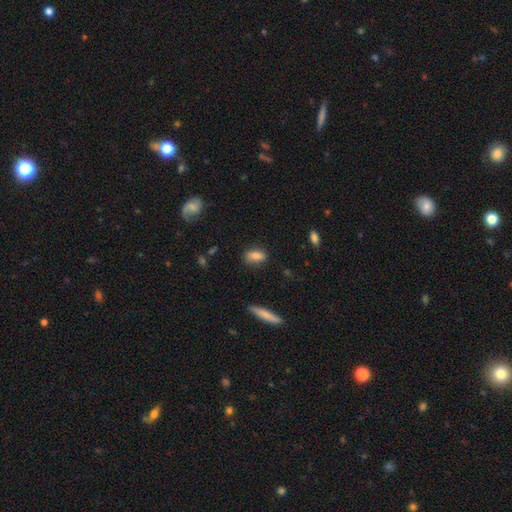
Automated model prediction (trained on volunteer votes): Smooth or featured? smooth (80%)
How rounded? in between (80%)
Merging? none (81%)